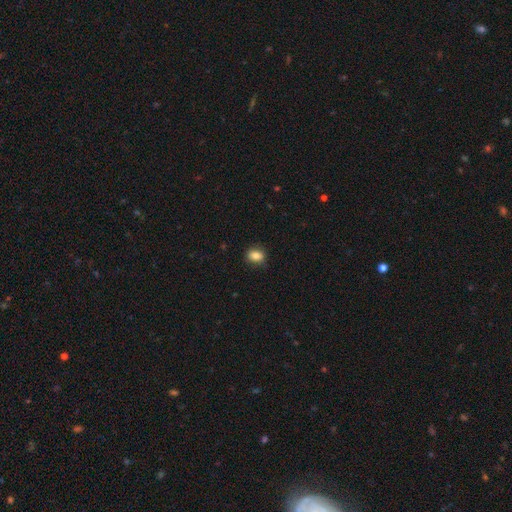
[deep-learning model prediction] smooth_or_featured: smooth (p=0.85) [alt: star or artifact p=0.09]
how_rounded: in between (p=0.64) [alt: round p=0.34]
merging: none (p=0.85) [alt: minor disturbance p=0.11]